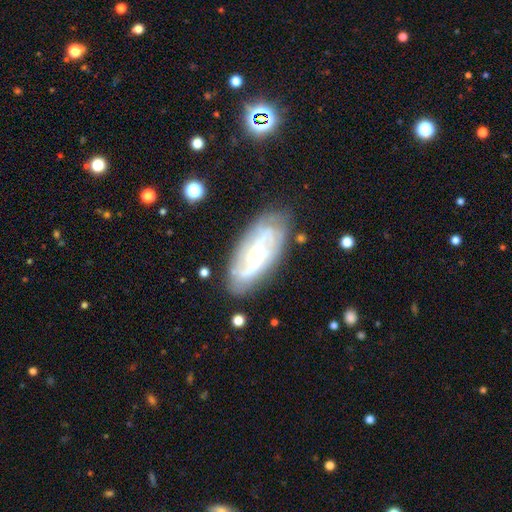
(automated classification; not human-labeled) smooth_or_featured: featured or disk (p=0.76) [alt: smooth p=0.17]
disk_edge_on: no (p=0.90) [alt: yes p=0.10]
bar: weak (p=0.43) [alt: no p=0.32]
has_spiral_arms: yes (p=0.86) [alt: no p=0.14]
spiral_winding: medium (p=0.38) [alt: tight p=0.35]
spiral_arm_count: 2 (p=0.48) [alt: can't tell p=0.32]
bulge_size: moderate (p=0.49) [alt: small p=0.41]
merging: none (p=0.76) [alt: minor disturbance p=0.17]